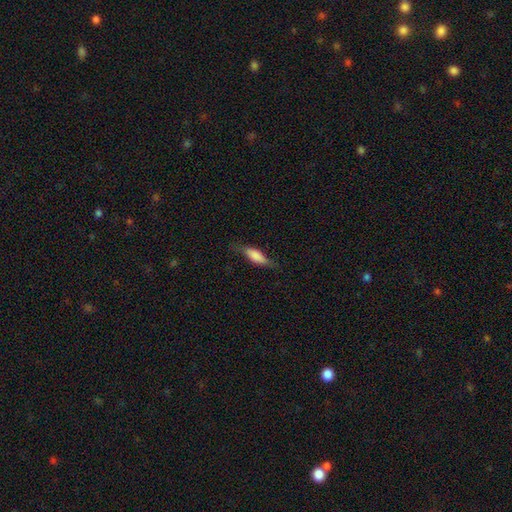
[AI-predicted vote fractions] A smooth galaxy with no disk features (73%) that is in between round and cigar-shaped (57%).

Vote fractions:
- Smooth or featured? smooth: 73% / featured or disk: 20% / star or artifact: 7%
- How rounded? in between: 57% / cigar-shaped: 40% / round: 2%
- Merging? none: 67% / minor disturbance: 24% / major disturbance: 8% / merger: 1%